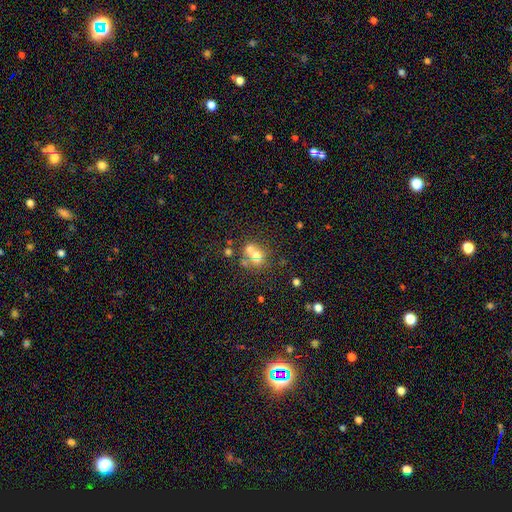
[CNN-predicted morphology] smooth-or-featured: smooth: 56% | featured or disk: 27% | star or artifact: 17%
  how-rounded: round: 74% | in between: 25% | cigar-shaped: 1%
  merging: merger: 48% | none: 38% | minor disturbance: 9% | major disturbance: 5%